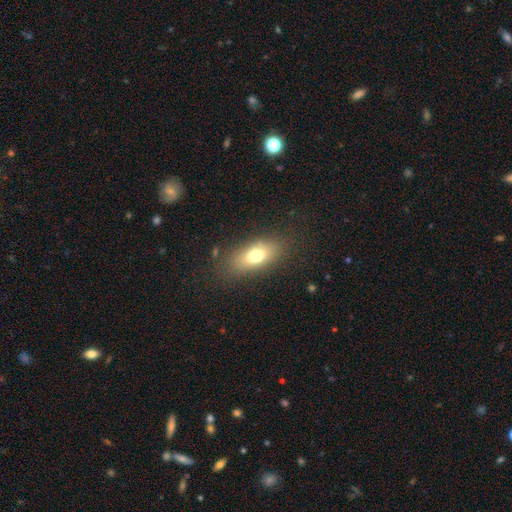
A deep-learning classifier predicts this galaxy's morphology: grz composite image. It shows a smooth galaxy with no disk features (72%) that is in between round and cigar-shaped (82%). Merging: none (81%).